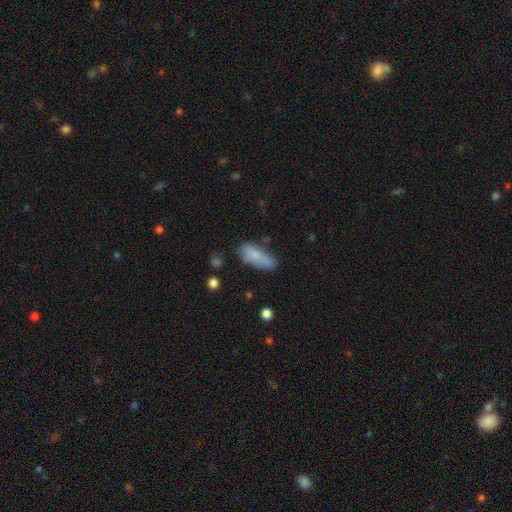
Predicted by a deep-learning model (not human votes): A smooth galaxy with no disk features (81%) that is in between round and cigar-shaped (75%).

Vote fractions:
- Smooth or featured? smooth: 81% / featured or disk: 11% / star or artifact: 8%
- How rounded? in between: 75% / cigar-shaped: 22% / round: 3%
- Merging? none: 57% / minor disturbance: 29% / major disturbance: 8% / merger: 6%